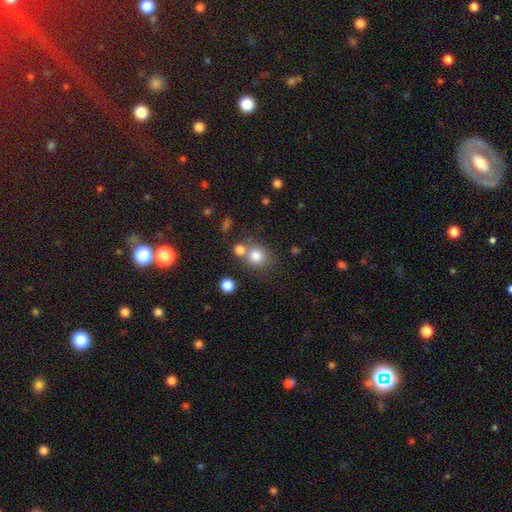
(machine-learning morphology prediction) Smooth or featured? smooth (80%)
How rounded? round (85%)
Merging? none (60%)